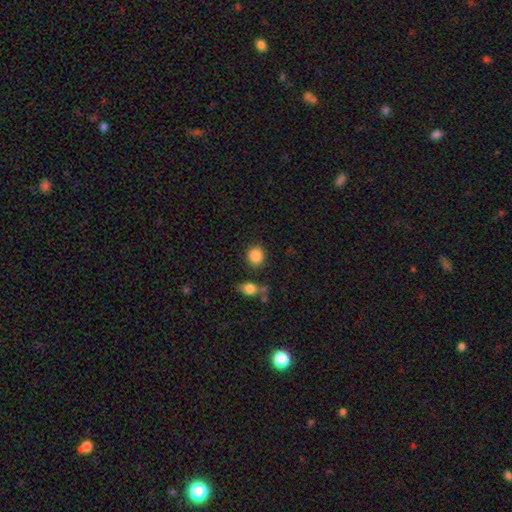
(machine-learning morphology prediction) Smooth or featured? Predicted: smooth (p=0.87). How rounded? Predicted: round (p=0.84). Merging? Predicted: none (p=0.82).